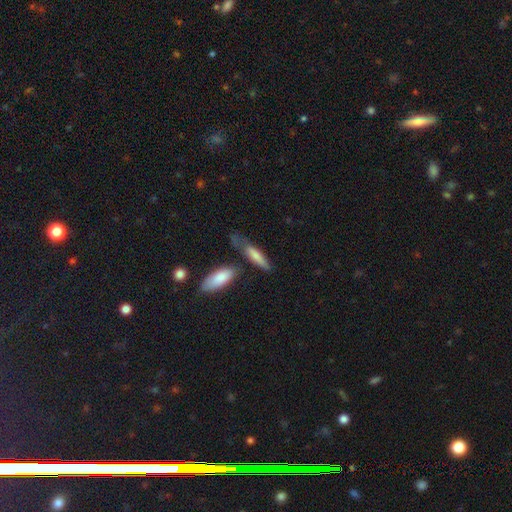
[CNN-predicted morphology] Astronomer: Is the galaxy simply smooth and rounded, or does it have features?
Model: smooth — 74%.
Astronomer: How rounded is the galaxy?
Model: cigar-shaped — 65%.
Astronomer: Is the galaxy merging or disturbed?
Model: none — 49% (runner-up: minor disturbance, 25%).